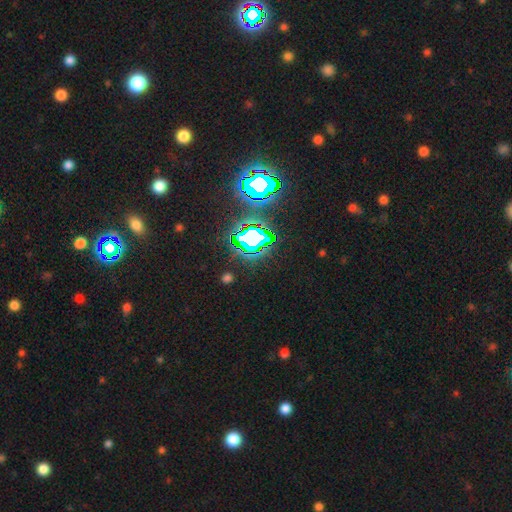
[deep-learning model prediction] Smooth or featured? star or artifact (82%)